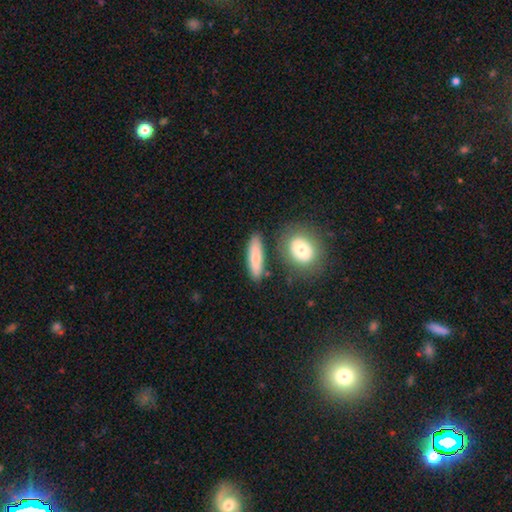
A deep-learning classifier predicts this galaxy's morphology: Smooth or featured? Predicted: smooth (p=0.74). How rounded? Predicted: cigar-shaped (p=0.58). Merging? Predicted: none (p=0.77).